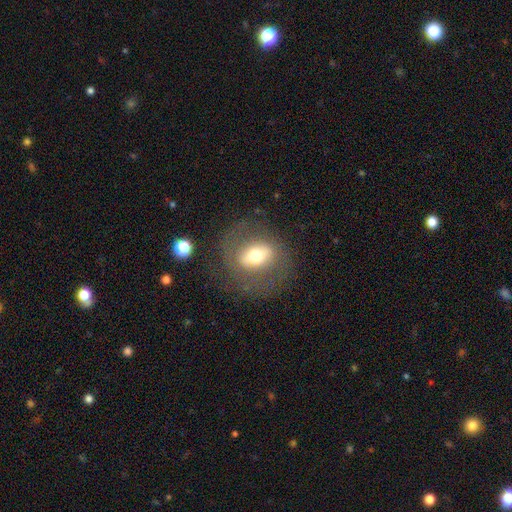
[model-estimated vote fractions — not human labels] Q: Smooth or featured?
A: featured or disk (50%); runner-up: smooth (41%)
Q: Merging?
A: none (75%); runner-up: minor disturbance (13%)